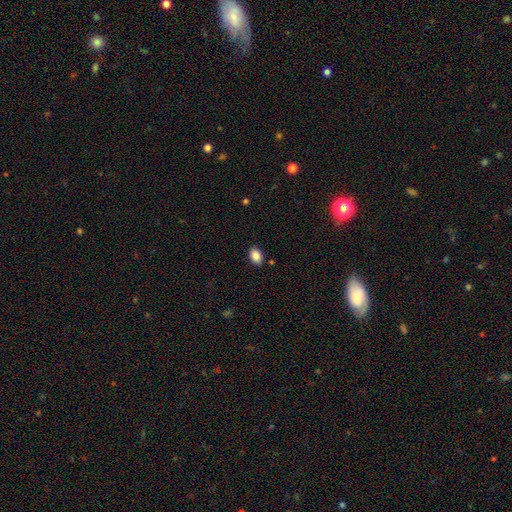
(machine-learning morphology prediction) Smooth or featured: smooth — 87% (star or artifact — 8%)
How rounded: in between — 86% (round — 13%)
Merging: none — 87% (minor disturbance — 9%)